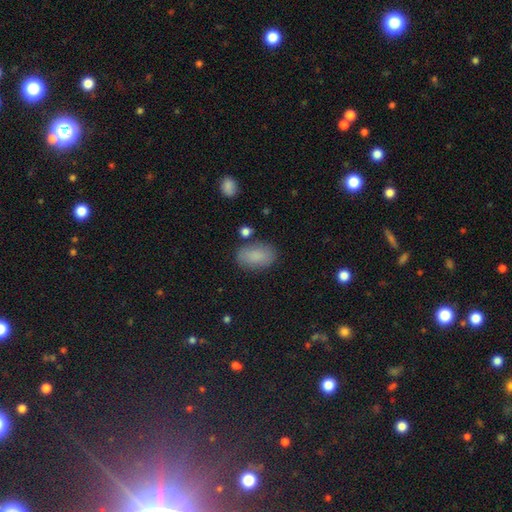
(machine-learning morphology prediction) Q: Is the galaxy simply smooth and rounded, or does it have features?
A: smooth — 85%.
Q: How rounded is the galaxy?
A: in between — 92%.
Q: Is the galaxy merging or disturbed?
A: none — 80%.